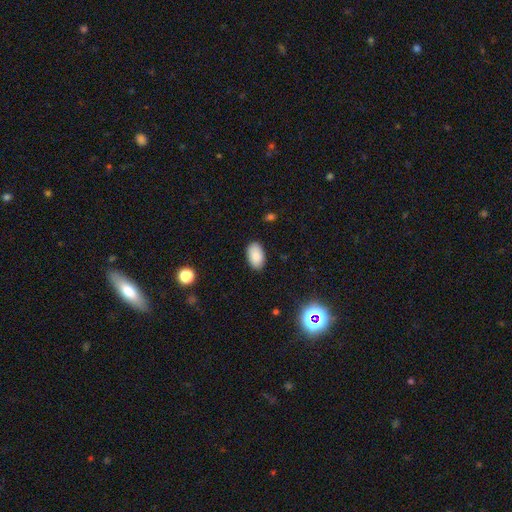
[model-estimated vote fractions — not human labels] A smooth galaxy with no disk features (87%) that is in between round and cigar-shaped (94%). Merging: none (87%).